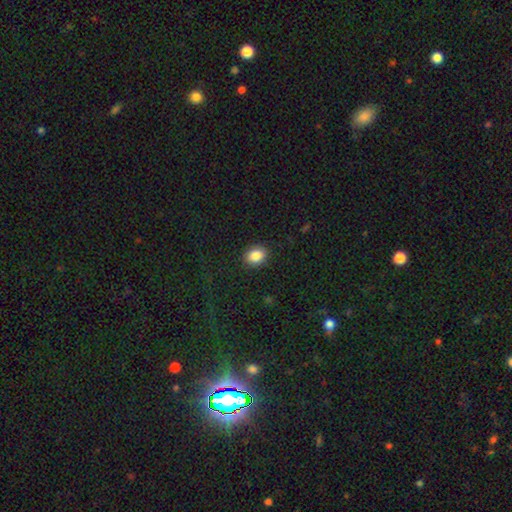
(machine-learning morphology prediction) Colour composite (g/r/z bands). It shows a smooth galaxy with no disk features (86%) that is in between round and cigar-shaped (54%). Merging: none (89%).